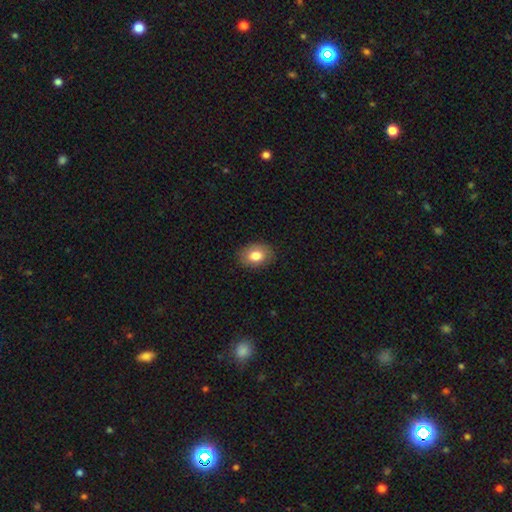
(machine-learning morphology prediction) Smooth or featured? Predicted: smooth (p=0.82). How rounded? Predicted: in between (p=0.76). Merging? Predicted: none (p=0.86).